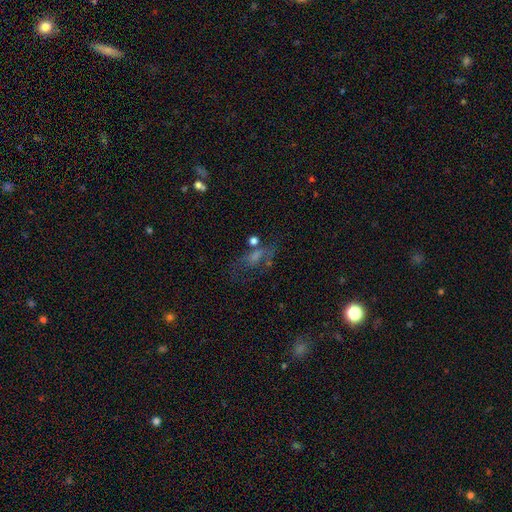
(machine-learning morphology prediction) Overall: featured or disk (36%; smooth 32%). Merging: none (51%; major disturbance 21%).